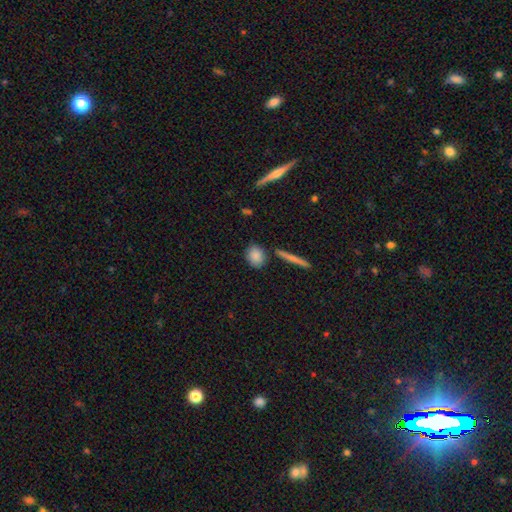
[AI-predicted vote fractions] Smooth or featured: smooth — 86% (star or artifact — 7%)
How rounded: round — 55% (in between — 40%)
Merging: none — 79% (minor disturbance — 11%)